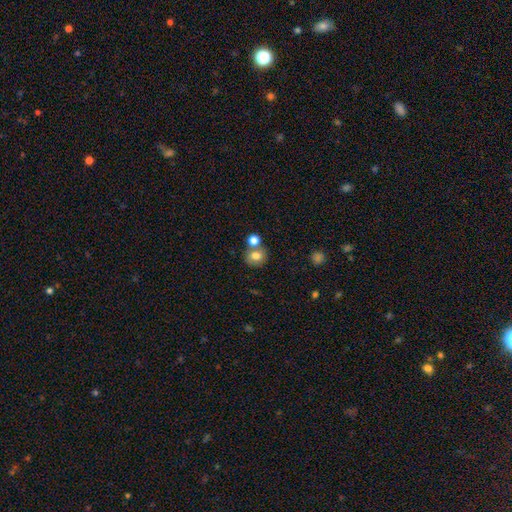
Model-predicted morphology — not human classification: A smooth galaxy with no disk features (77%) that is round (77%). Merging: none (58%).